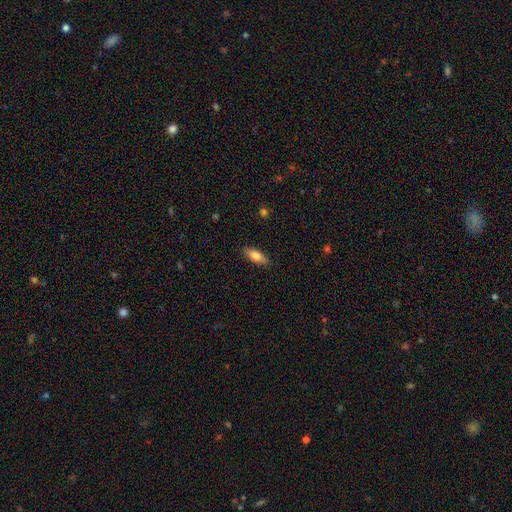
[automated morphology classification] Smooth or featured: smooth — 75% (featured or disk — 18%)
How rounded: in between — 71% (cigar-shaped — 26%)
Merging: none — 88% (minor disturbance — 9%)